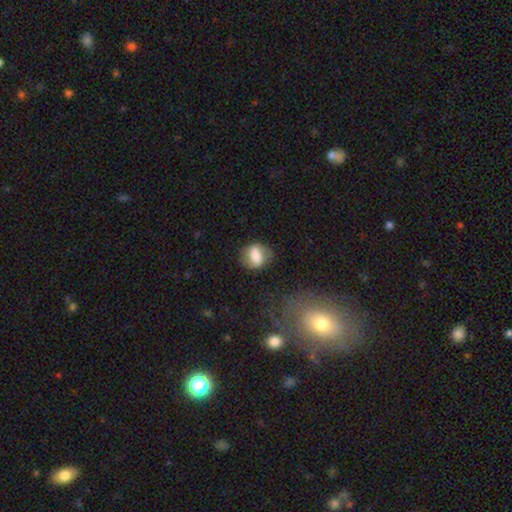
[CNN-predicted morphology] A smooth galaxy with no disk features (57%) that is in between round and cigar-shaped (54%).

Vote fractions:
- Smooth or featured? smooth: 57% / featured or disk: 35% / star or artifact: 8%
- How rounded? in between: 54% / round: 42% / cigar-shaped: 4%
- Merging? none: 75% / minor disturbance: 16% / major disturbance: 6% / merger: 2%